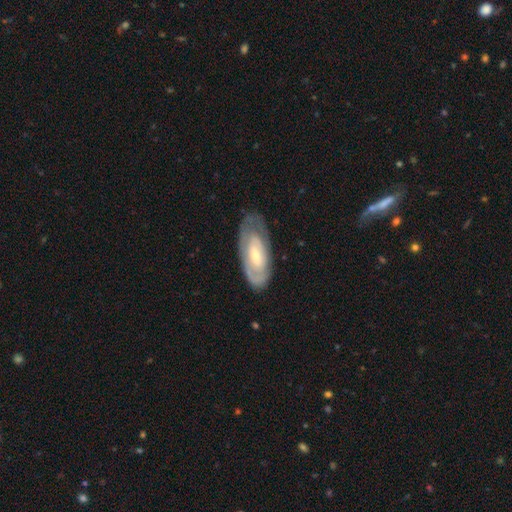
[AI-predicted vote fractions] smooth_or_featured: featured or disk (p=0.63) [alt: smooth p=0.32]
disk_edge_on: no (p=0.89) [alt: yes p=0.11]
bar: no (p=0.51) [alt: weak p=0.36]
has_spiral_arms: yes (p=0.65) [alt: no p=0.35]
bulge_size: small (p=0.50) [alt: moderate p=0.41]
merging: none (p=0.63) [alt: minor disturbance p=0.25]